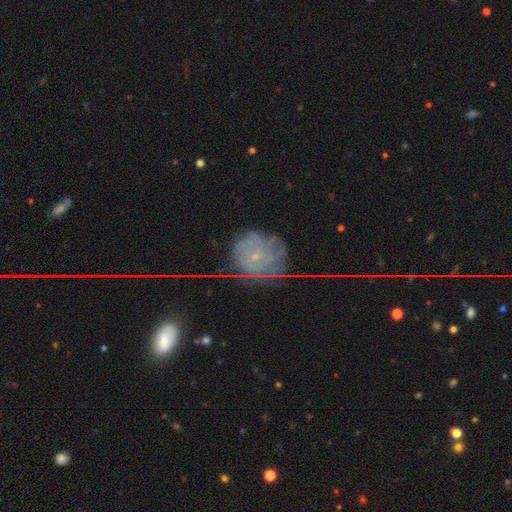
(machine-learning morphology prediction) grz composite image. It shows a featured or disk galaxy (64%) with no bar (77%), tight (73%) spiral arms (84%) and a small central bulge (85%). Merging: none (62%).